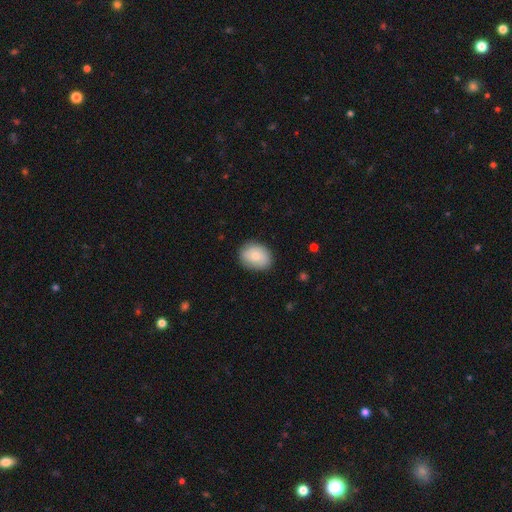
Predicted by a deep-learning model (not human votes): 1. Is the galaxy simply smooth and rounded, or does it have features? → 70% smooth, 24% featured or disk, 7% star or artifact.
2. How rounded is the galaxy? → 51% in between, 48% round, 1% cigar-shaped.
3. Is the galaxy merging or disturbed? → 81% none, 14% minor disturbance, 3% major disturbance, 1% merger.